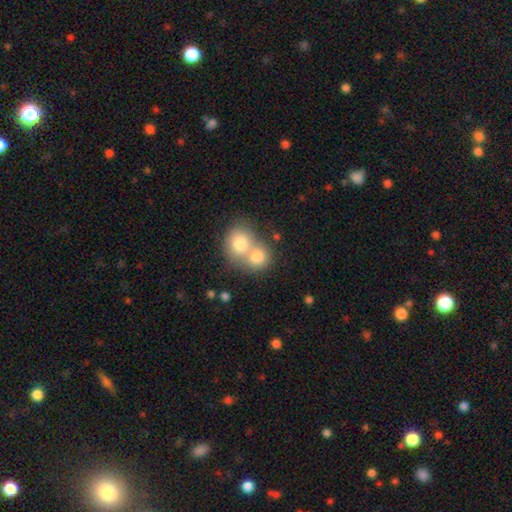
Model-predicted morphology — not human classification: A smooth galaxy with no disk features (76%) that is round (72%). Merging: merger (68%).